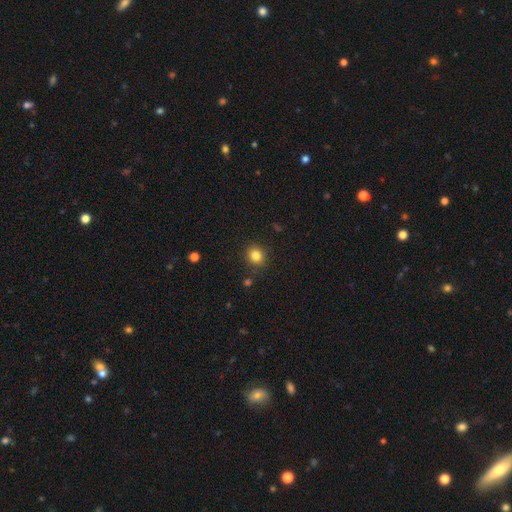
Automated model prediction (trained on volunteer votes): Overall: smooth (83%). How rounded: round (82%). Merging: none (88%).